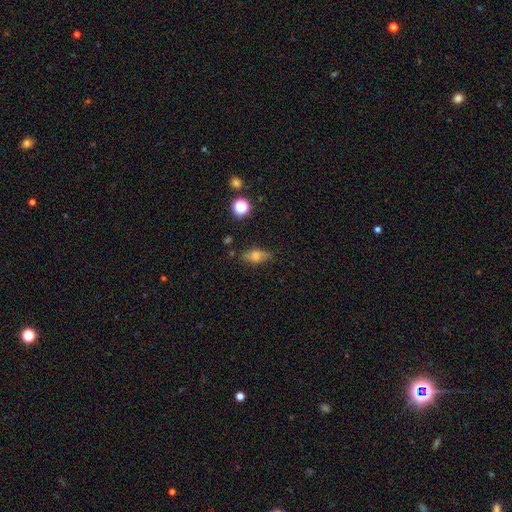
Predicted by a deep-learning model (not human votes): Overall: smooth (60%; featured or disk 28%). How rounded: in between (68%). Merging: none (76%).